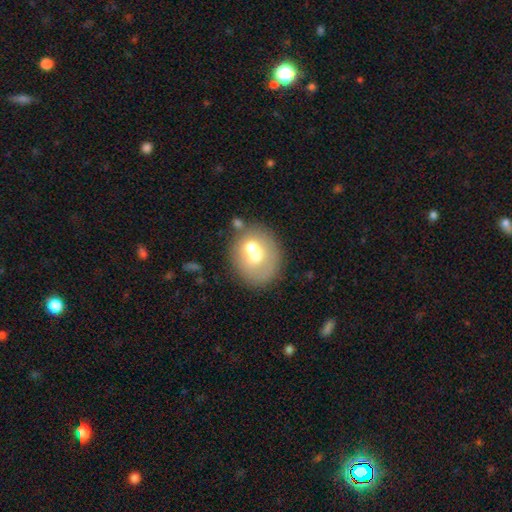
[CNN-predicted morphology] Smooth or featured?
  - smooth: 58% *
  - featured or disk: 31%
  - star or artifact: 10%
How rounded?
  - round: 71% *
  - in between: 29%
  - cigar-shaped: 1%
Merging?
  - none: 47% *
  - merger: 33%
  - minor disturbance: 12%
  - major disturbance: 7%